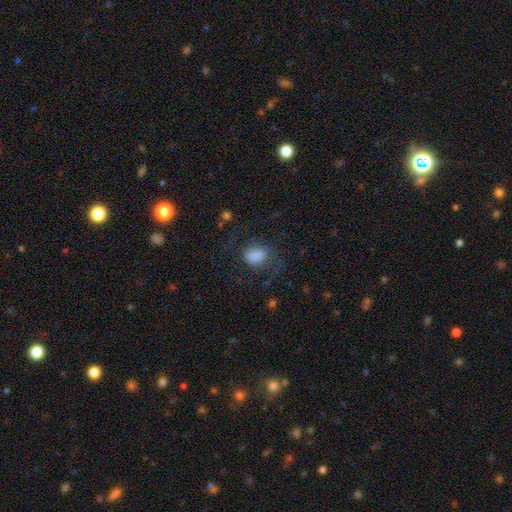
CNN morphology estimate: This is likely a smooth galaxy (72%). How rounded: likely in between (63%). Merging: possibly none (52%).